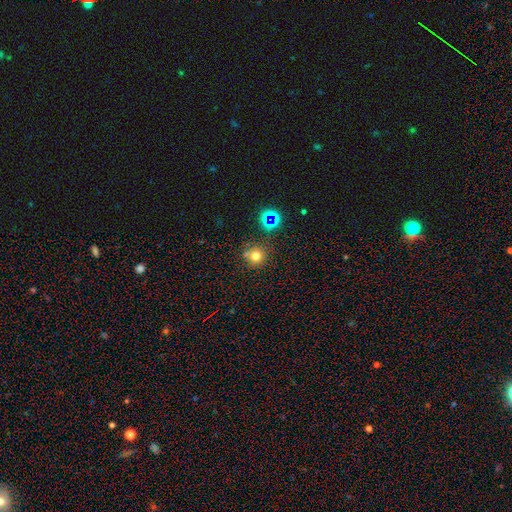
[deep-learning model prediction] Q: Smooth or featured?
A: smooth (71%); runner-up: star or artifact (20%)
Q: How rounded?
A: round (92%); runner-up: in between (7%)
Q: Merging?
A: none (74%); runner-up: merger (12%)